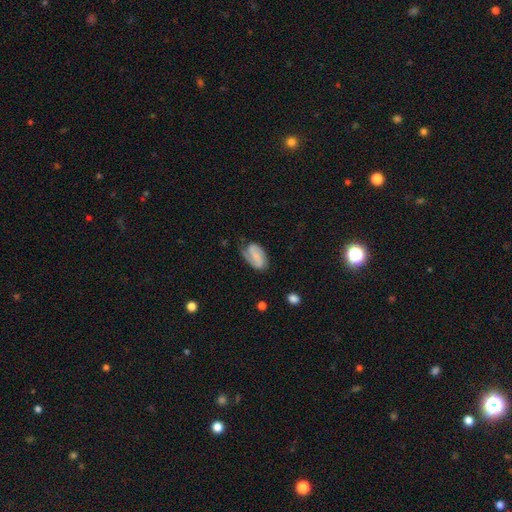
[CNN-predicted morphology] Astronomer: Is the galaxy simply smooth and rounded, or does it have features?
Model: featured or disk — 59% (runner-up: smooth, 34%).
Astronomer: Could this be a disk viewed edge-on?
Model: no — 97%.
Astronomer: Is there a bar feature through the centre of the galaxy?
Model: weak — 39% (runner-up: no, 32%).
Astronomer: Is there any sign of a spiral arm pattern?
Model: yes — 90%.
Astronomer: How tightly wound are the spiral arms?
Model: medium — 40% (runner-up: tight, 34%).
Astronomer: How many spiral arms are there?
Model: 2 — 68%.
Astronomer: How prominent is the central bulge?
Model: none — 44% (runner-up: small, 39%).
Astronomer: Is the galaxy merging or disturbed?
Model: none — 53% (runner-up: minor disturbance, 29%).